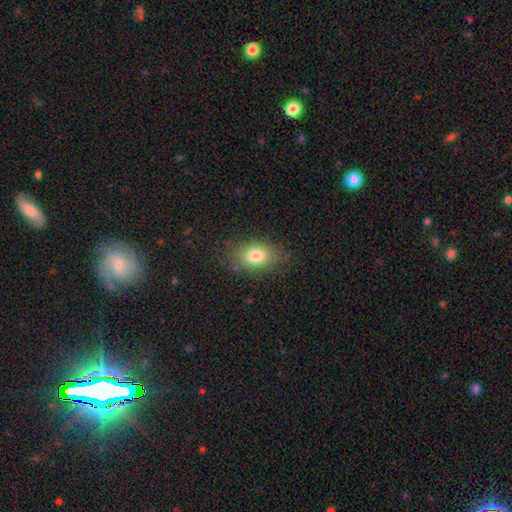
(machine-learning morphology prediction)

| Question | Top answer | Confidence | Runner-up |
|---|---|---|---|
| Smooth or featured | smooth | 79% | featured or disk (10%) |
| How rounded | in between | 77% | round (22%) |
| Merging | none | 81% | minor disturbance (13%) |